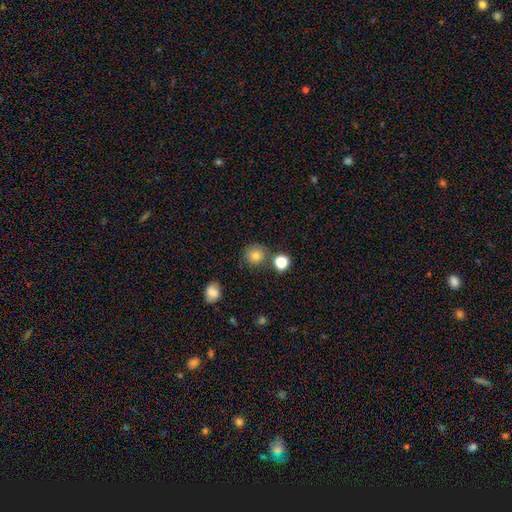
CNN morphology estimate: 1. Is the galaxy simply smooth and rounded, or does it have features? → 79% smooth, 13% star or artifact, 8% featured or disk.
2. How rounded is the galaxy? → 91% round, 8% in between, 1% cigar-shaped.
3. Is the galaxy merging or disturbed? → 77% none, 11% minor disturbance, 10% merger, 3% major disturbance.